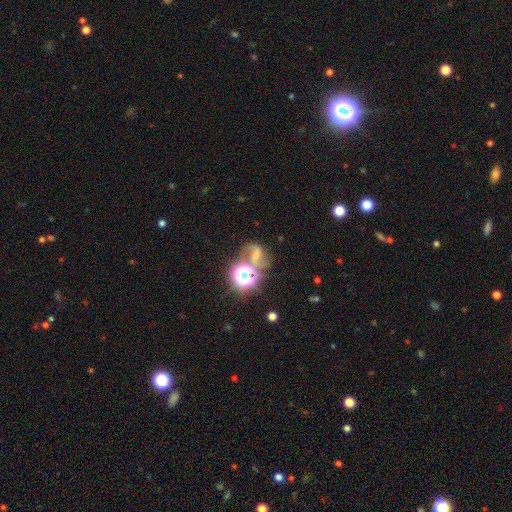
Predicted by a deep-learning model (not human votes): A featured or disk galaxy (47%). Merging: none (40%).